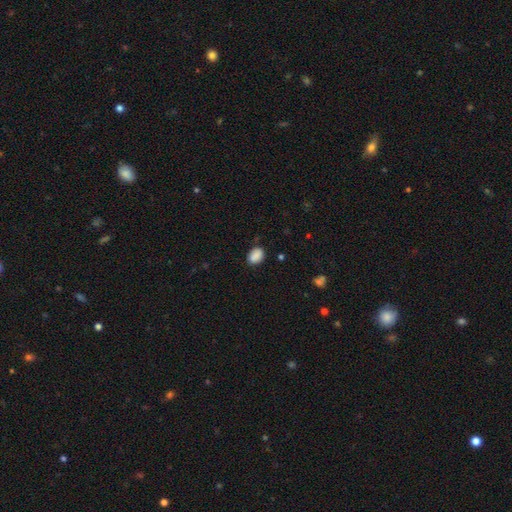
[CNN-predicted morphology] This appears to be a smooth galaxy with no disk features (89%) that is in between round and cigar-shaped (76%). Merging: none (81%).